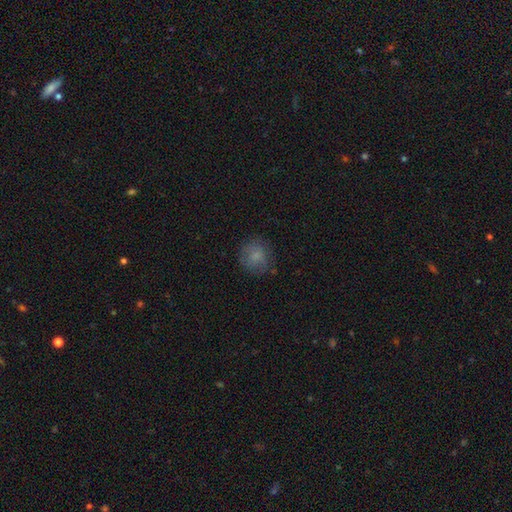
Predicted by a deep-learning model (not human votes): smooth-or-featured: smooth: 80% | featured or disk: 10% | star or artifact: 10%
  how-rounded: round: 87% | in between: 12% | cigar-shaped: 1%
  merging: none: 78% | minor disturbance: 15% | major disturbance: 5% | merger: 1%